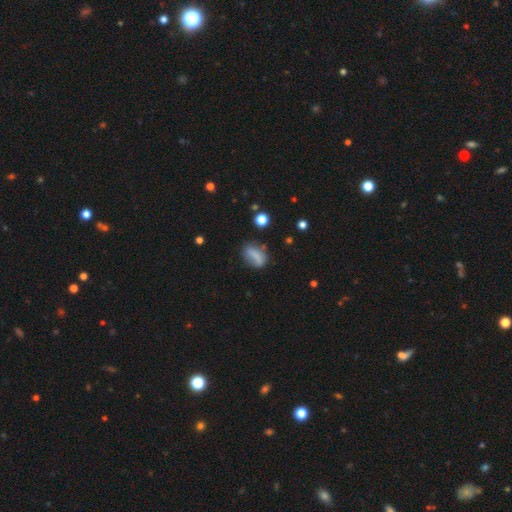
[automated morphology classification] smooth-or-featured: smooth: 72% | featured or disk: 17% | star or artifact: 11%
  how-rounded: in between: 78% | round: 14% | cigar-shaped: 8%
  merging: none: 53% | minor disturbance: 27% | major disturbance: 13% | merger: 6%